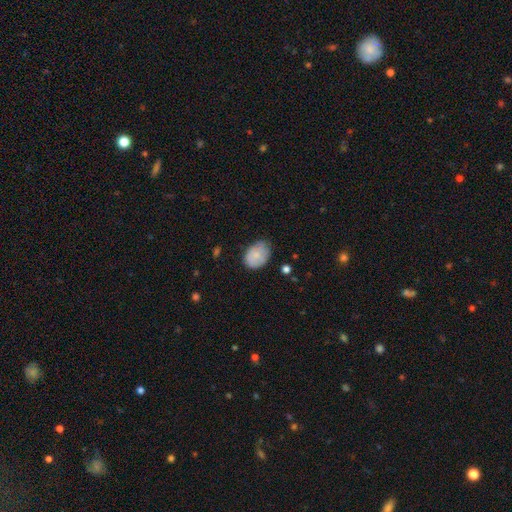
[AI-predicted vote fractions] Overall: smooth (79%). How rounded: in between (75%). Merging: none (64%; minor disturbance 29%).